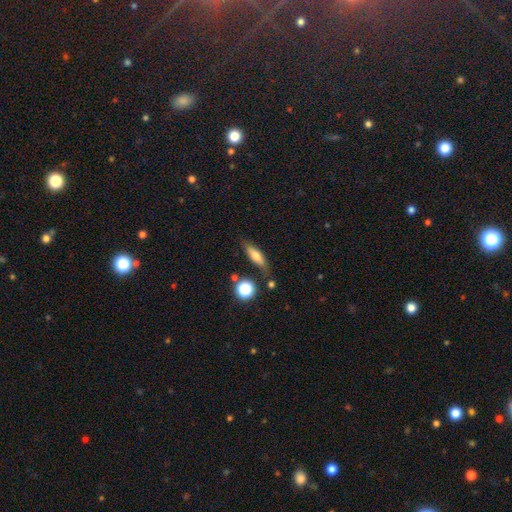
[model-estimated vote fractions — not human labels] A smooth galaxy with no disk features (61%) that is cigar-shaped (49%).

Vote fractions:
- Smooth or featured? smooth: 61% / featured or disk: 29% / star or artifact: 9%
- How rounded? cigar-shaped: 49% / in between: 45% / round: 6%
- Merging? none: 72% / minor disturbance: 17% / merger: 6% / major disturbance: 5%